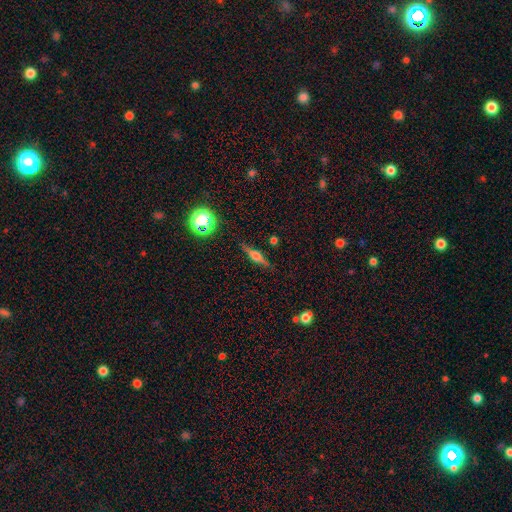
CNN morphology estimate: The model was most divided on "smooth or featured": featured or disk: 63%, smooth: 27%, star or artifact: 10%. More confident: edge-on disk — yes (96%); merging — none (86%); edge-on bulge — rounded (85%).